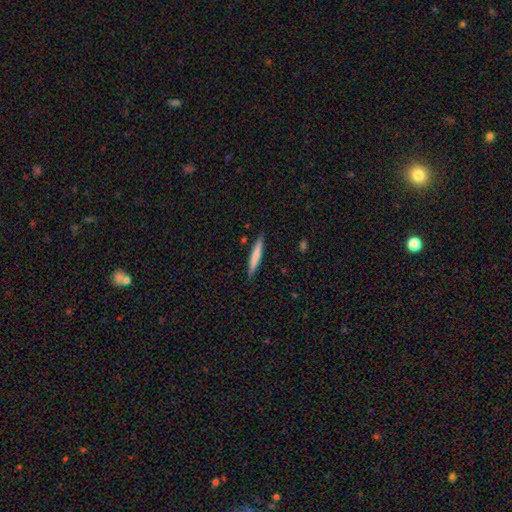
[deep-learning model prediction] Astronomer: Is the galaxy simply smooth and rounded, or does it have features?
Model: smooth — 69%.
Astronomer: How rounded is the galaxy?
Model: cigar-shaped — 95%.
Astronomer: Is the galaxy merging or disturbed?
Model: none — 87%.